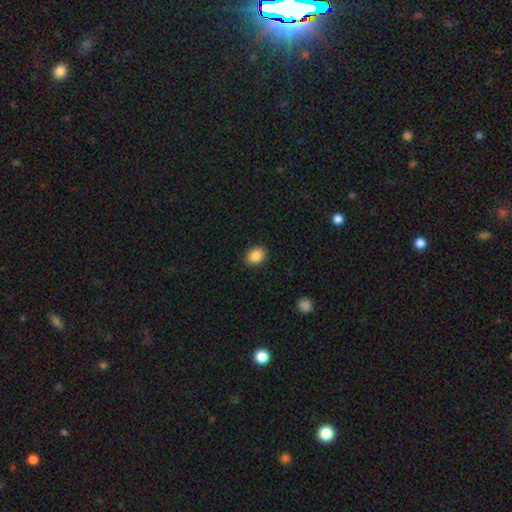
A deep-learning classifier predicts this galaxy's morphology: smooth-or-featured: smooth: 87% | star or artifact: 9% | featured or disk: 5%
  how-rounded: in between: 59% | round: 40% | cigar-shaped: 1%
  merging: none: 89% | minor disturbance: 8% | major disturbance: 2% | merger: 1%